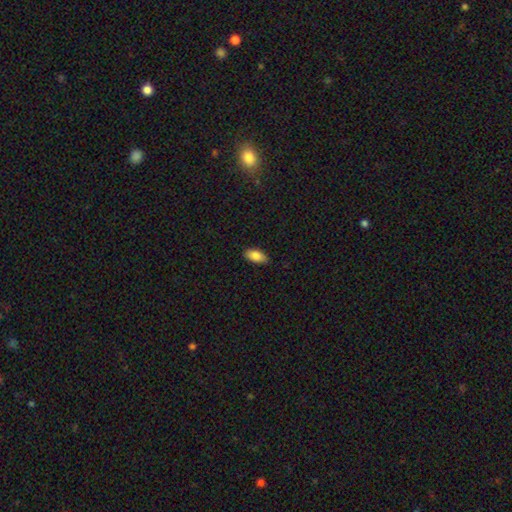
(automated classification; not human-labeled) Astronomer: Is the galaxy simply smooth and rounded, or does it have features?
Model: smooth — 85%.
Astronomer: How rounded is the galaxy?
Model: in between — 91%.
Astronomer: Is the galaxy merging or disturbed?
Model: none — 84%.